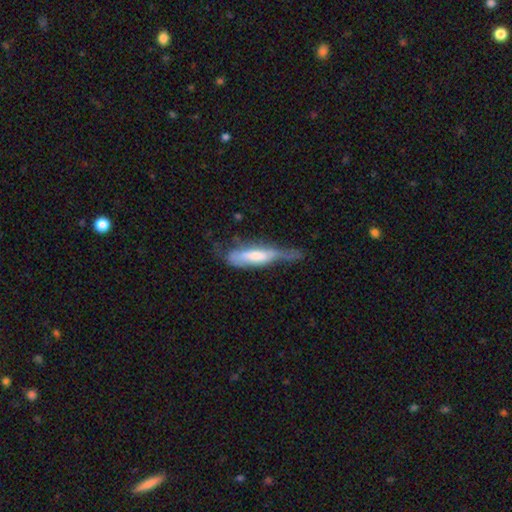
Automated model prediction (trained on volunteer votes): This appears to be a smooth galaxy with no disk features (50%). Merging: minor disturbance (36%).